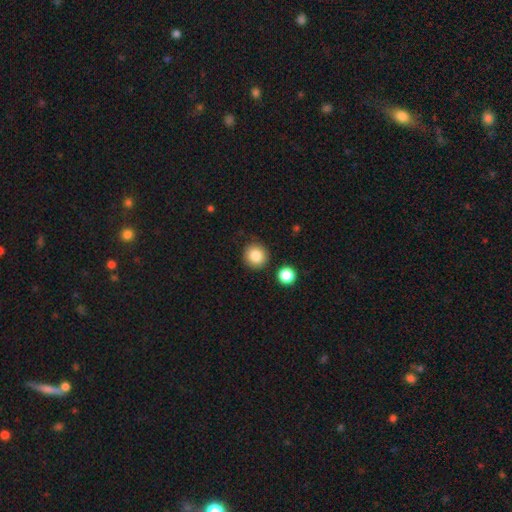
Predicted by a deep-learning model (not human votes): Q: Smooth or featured?
A: smooth (85%); runner-up: star or artifact (10%)
Q: How rounded?
A: round (93%); runner-up: in between (6%)
Q: Merging?
A: none (85%); runner-up: minor disturbance (8%)